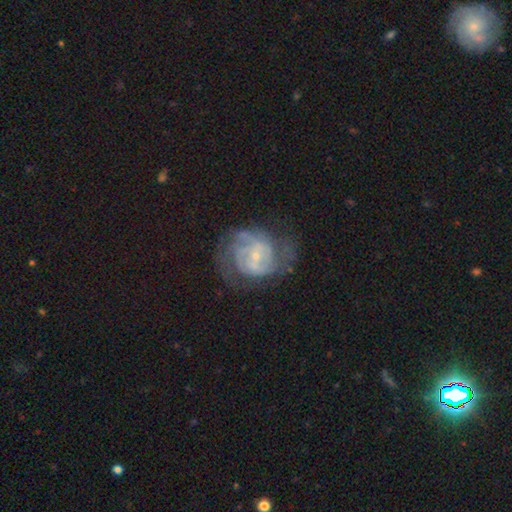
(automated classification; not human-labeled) Smooth or featured? featured or disk (82%)
Edge-on disk? no (98%)
Bar? no (50%)
Spiral arms? yes (92%)
Spiral winding? tight (50%)
Spiral arm count? 2 (40%)
Bulge size? small (74%)
Merging? none (61%)